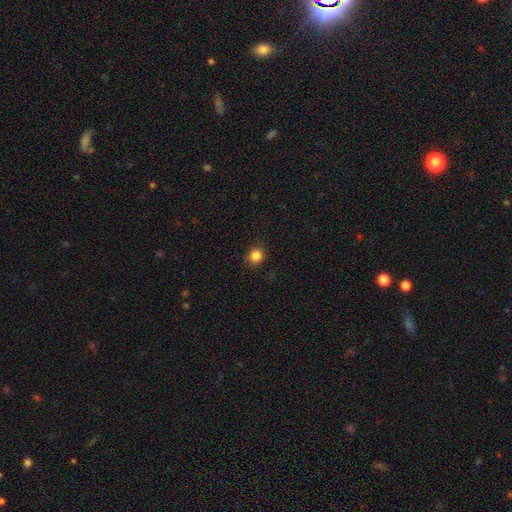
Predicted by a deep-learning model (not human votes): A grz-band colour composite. It shows a smooth galaxy with no disk features (85%) that is round (79%). Merging: none (88%).